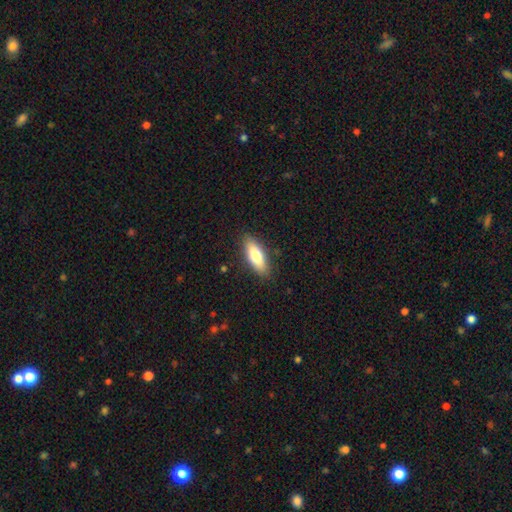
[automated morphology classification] Smooth or featured?
  - smooth: 74% *
  - featured or disk: 20%
  - star or artifact: 6%
How rounded?
  - in between: 66% *
  - cigar-shaped: 32%
  - round: 2%
Merging?
  - none: 87% *
  - minor disturbance: 10%
  - major disturbance: 2%
  - merger: 1%